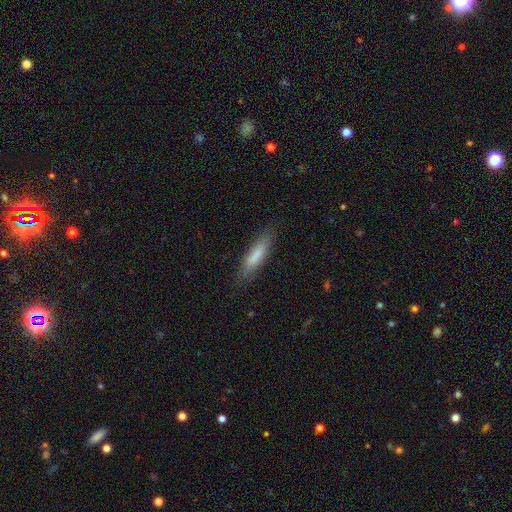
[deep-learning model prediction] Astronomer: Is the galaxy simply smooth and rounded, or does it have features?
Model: smooth — 78%.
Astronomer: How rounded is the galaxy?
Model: cigar-shaped — 76%.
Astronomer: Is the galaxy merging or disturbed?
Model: none — 83%.